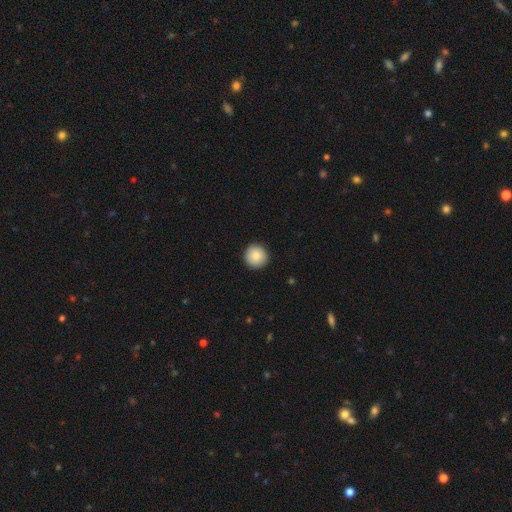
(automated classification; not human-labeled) Smooth or featured? Predicted: smooth (p=0.85). How rounded? Predicted: round (p=0.95). Merging? Predicted: none (p=0.92).